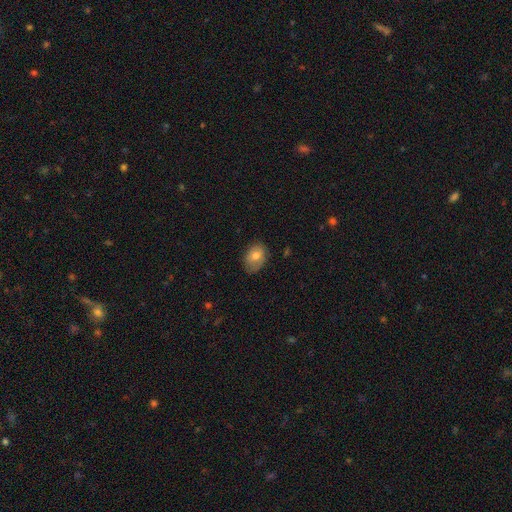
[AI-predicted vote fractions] smooth_or_featured: smooth (p=0.74) [alt: featured or disk p=0.18]
how_rounded: in between (p=0.78) [alt: round p=0.21]
merging: none (p=0.71) [alt: minor disturbance p=0.23]